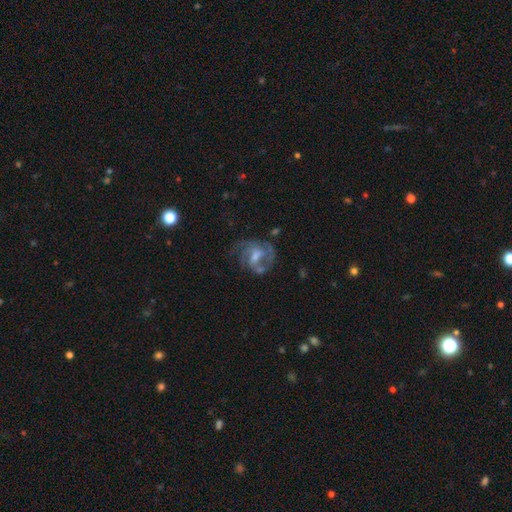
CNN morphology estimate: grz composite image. It shows a featured or disk galaxy (80%) with a weak bar (52%), 2 (31%, tied with 3) medium (48%) spiral arms (90%) and a moderate central bulge (48%). Merging: none (56%).